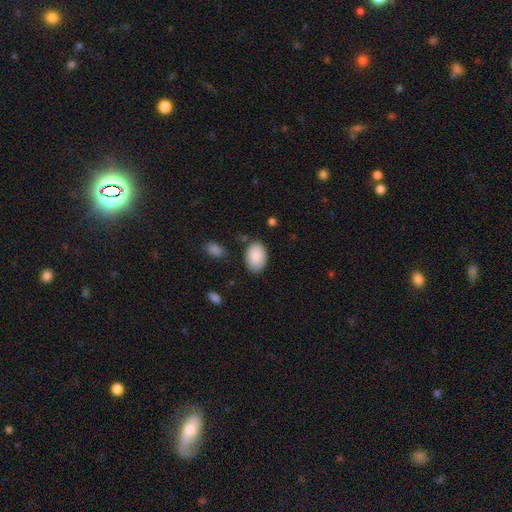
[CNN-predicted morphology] smooth_or_featured: smooth (p=0.89) [alt: star or artifact p=0.06]
how_rounded: in between (p=0.87) [alt: round p=0.12]
merging: none (p=0.80) [alt: minor disturbance p=0.14]